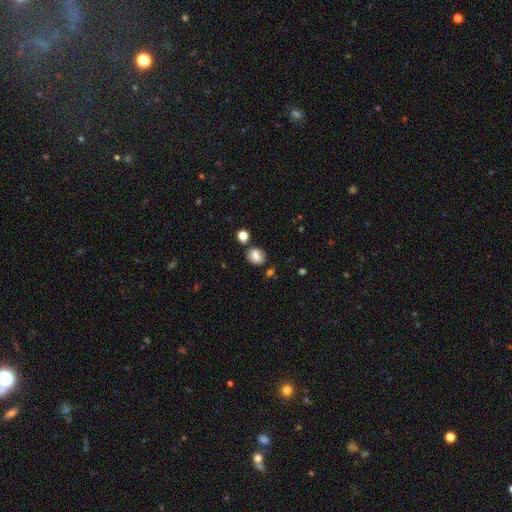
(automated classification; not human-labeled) This appears to be a smooth galaxy with no disk features (71%) that is round (52%). Merging: none (74%).